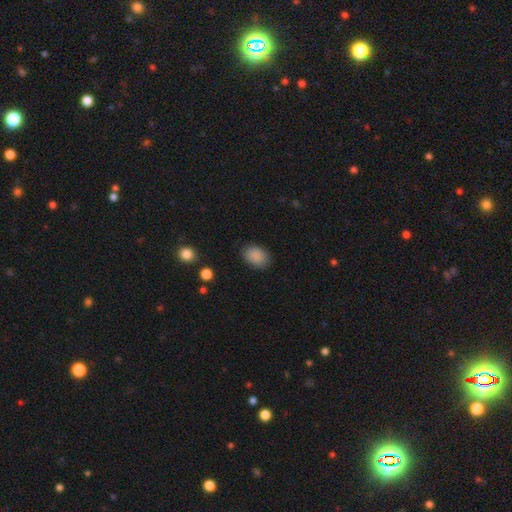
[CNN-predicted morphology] A smooth galaxy with no disk features (88%) that is in between round and cigar-shaped (73%). Merging: none (82%).